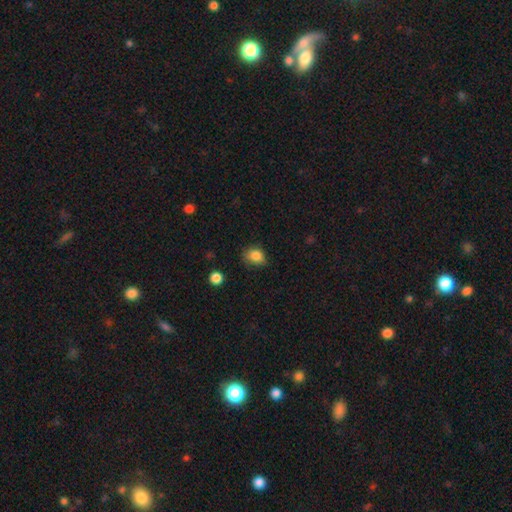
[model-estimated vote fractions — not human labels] Smooth or featured: smooth — 83% (star or artifact — 10%)
How rounded: round — 55% (in between — 44%)
Merging: none — 58% (minor disturbance — 32%)